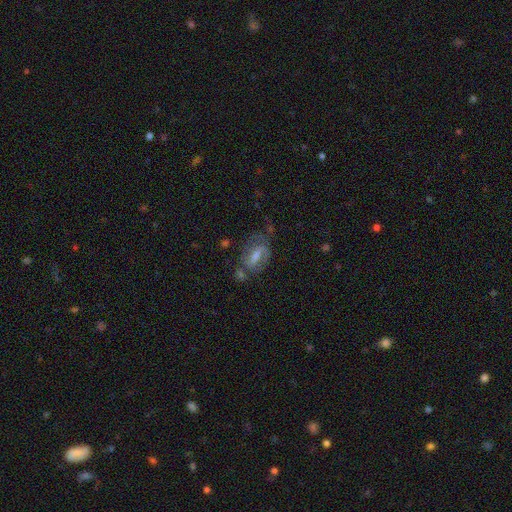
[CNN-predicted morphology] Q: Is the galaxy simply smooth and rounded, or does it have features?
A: featured or disk — 58%.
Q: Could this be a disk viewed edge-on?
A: no — 91%.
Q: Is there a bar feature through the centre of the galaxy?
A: weak — 40%, tied with strong.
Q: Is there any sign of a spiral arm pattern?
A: yes — 70%.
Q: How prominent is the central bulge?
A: moderate — 41%.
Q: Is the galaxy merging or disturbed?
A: none — 51%.